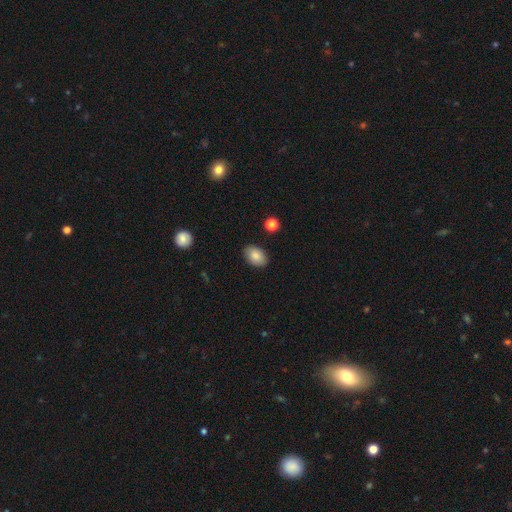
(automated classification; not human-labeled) smooth 86%, star or artifact 7%, featured or disk 6%. Down the decision tree: how rounded — in between (86%); merging — none (86%).